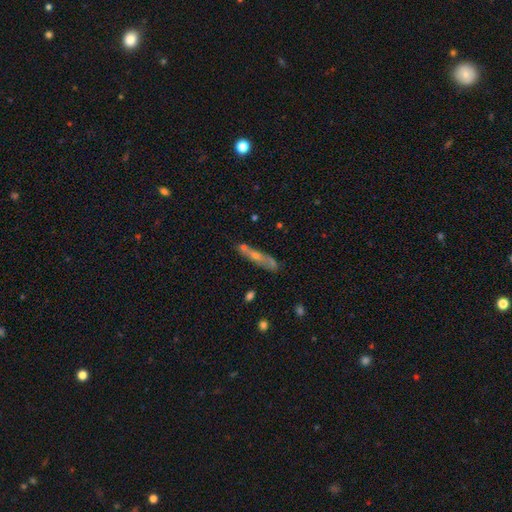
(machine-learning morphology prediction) featured or disk 47%, smooth 43%, star or artifact 10%. Down the decision tree: merging — none (48%).